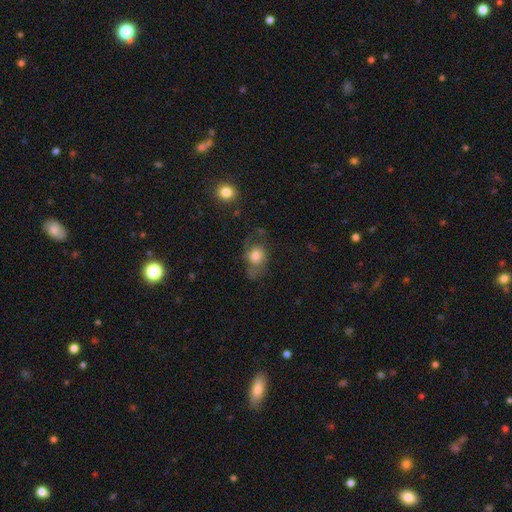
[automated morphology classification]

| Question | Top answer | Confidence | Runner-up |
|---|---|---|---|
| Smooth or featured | smooth | 60% | featured or disk (30%) |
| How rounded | round | 51% | in between (47%) |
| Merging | none | 48% | minor disturbance (25%) |